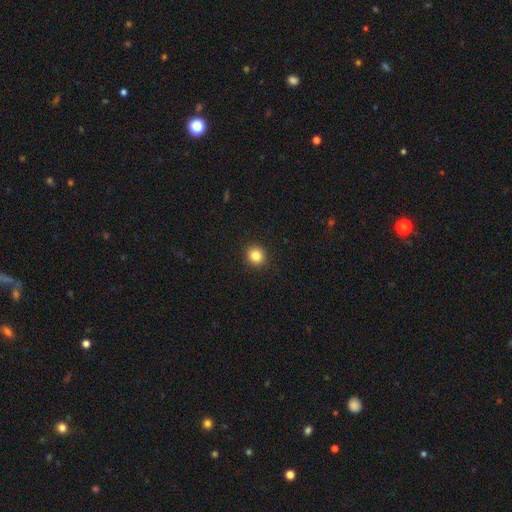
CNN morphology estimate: This is clearly a smooth galaxy (85%). How rounded: clearly round (88%). Merging: clearly none (93%).